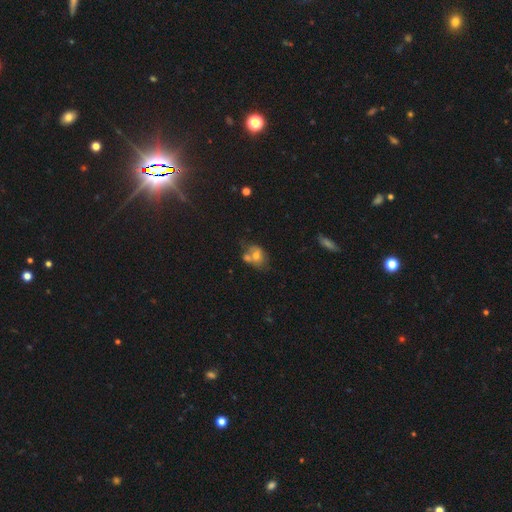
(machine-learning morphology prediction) A smooth galaxy with no disk features (59%) that is in between round and cigar-shaped (62%).

Vote fractions:
- Smooth or featured? smooth: 59% / featured or disk: 30% / star or artifact: 12%
- How rounded? in between: 62% / round: 37% / cigar-shaped: 1%
- Merging? merger: 45% / none: 31% / minor disturbance: 16% / major disturbance: 8%